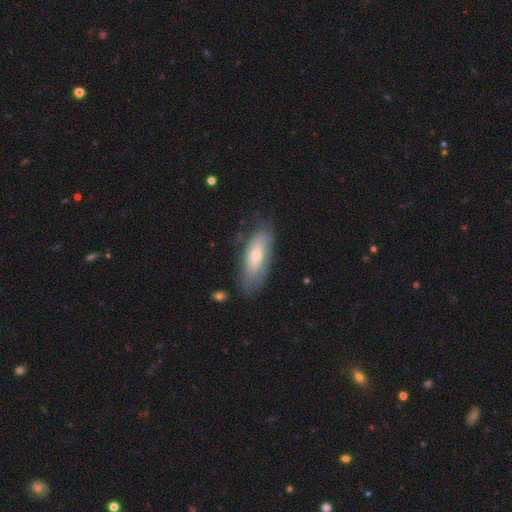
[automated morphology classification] A smooth galaxy with no disk features (51%) that is in between round and cigar-shaped (71%). Merging: none (68%).